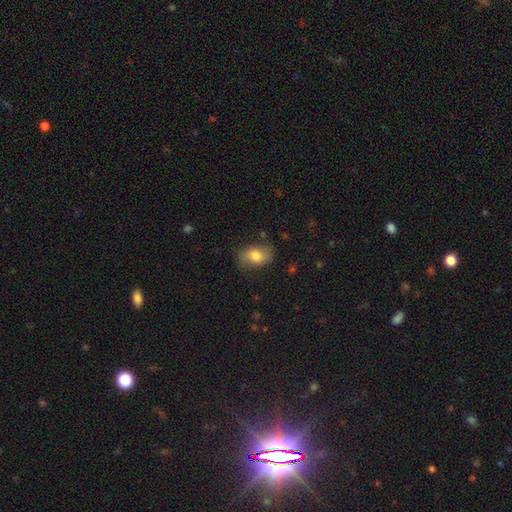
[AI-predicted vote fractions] smooth 72%, featured or disk 21%, star or artifact 7%. Down the decision tree: how rounded — in between (84%); merging — none (76%).